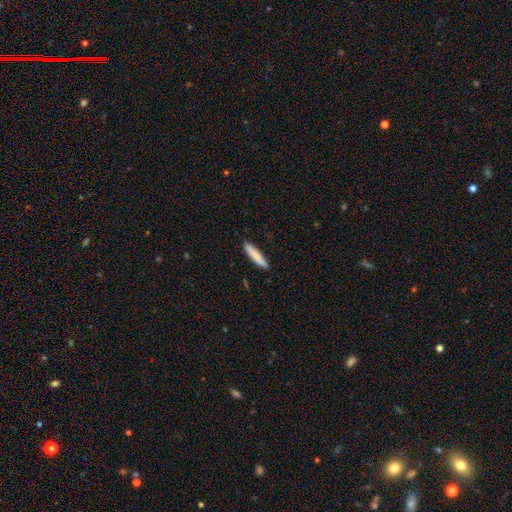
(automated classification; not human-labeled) A smooth galaxy with no disk features (82%) that is cigar-shaped (88%).

Vote fractions:
- Smooth or featured? smooth: 82% / featured or disk: 12% / star or artifact: 6%
- How rounded? cigar-shaped: 88% / in between: 11% / round: 1%
- Merging? none: 88% / minor disturbance: 9% / major disturbance: 2% / merger: 1%